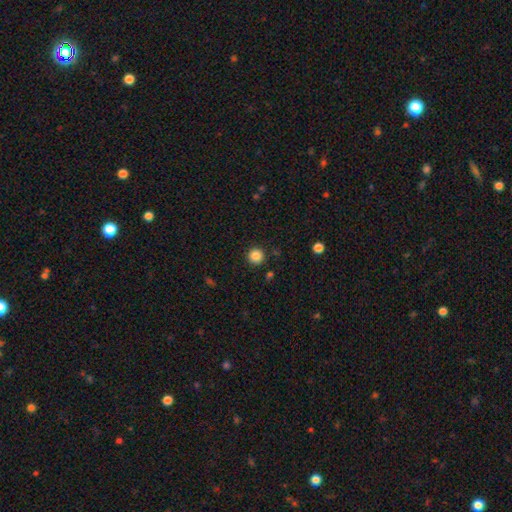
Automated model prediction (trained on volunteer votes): This appears to be a smooth galaxy with no disk features (85%) that is round (95%). Merging: none (90%).